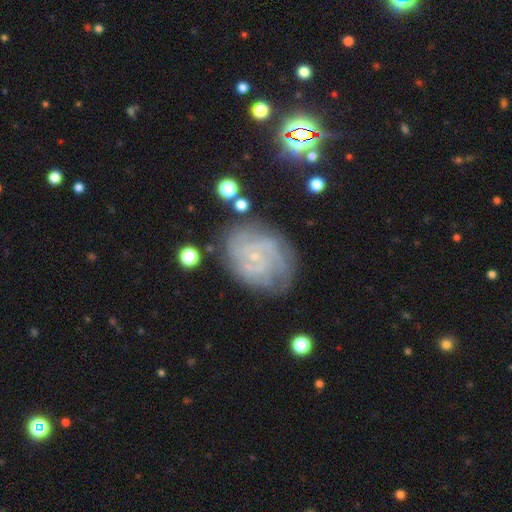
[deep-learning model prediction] Overall: featured or disk (77%). Edge-on disk: no (97%). Bar: no (74%). Spiral arms: yes (92%). Spiral arm count: can't tell (39%; 2 18%). Spiral winding: tight (65%; medium 28%). Bulge size: small (85%). Merging: none (71%).